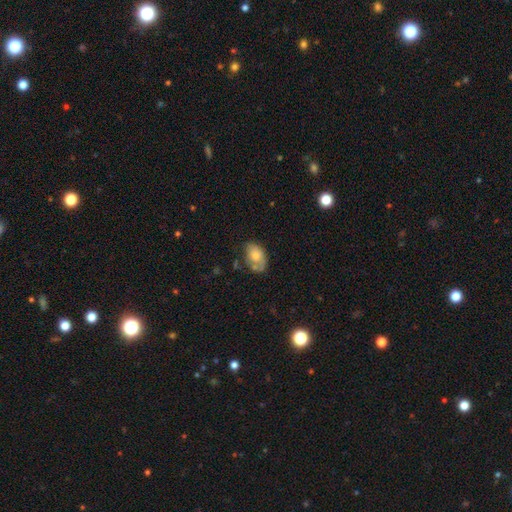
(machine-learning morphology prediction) Smooth or featured?
  - smooth: 69% *
  - featured or disk: 23%
  - star or artifact: 8%
How rounded?
  - in between: 88% *
  - round: 11%
  - cigar-shaped: 1%
Merging?
  - none: 49% *
  - minor disturbance: 31%
  - major disturbance: 12%
  - merger: 8%